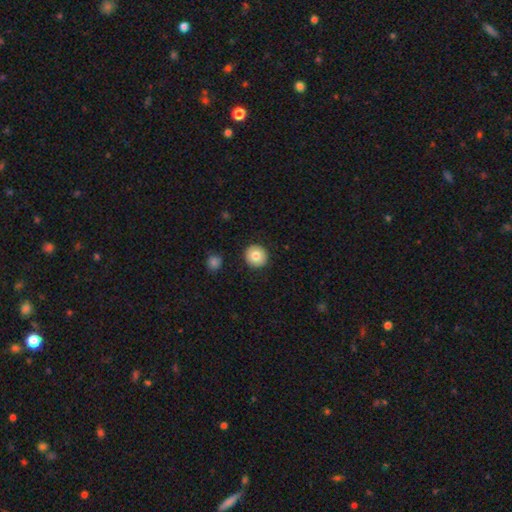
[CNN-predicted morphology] Q: Smooth or featured?
A: smooth (82%); runner-up: featured or disk (10%)
Q: How rounded?
A: round (94%); runner-up: in between (5%)
Q: Merging?
A: none (92%); runner-up: minor disturbance (5%)